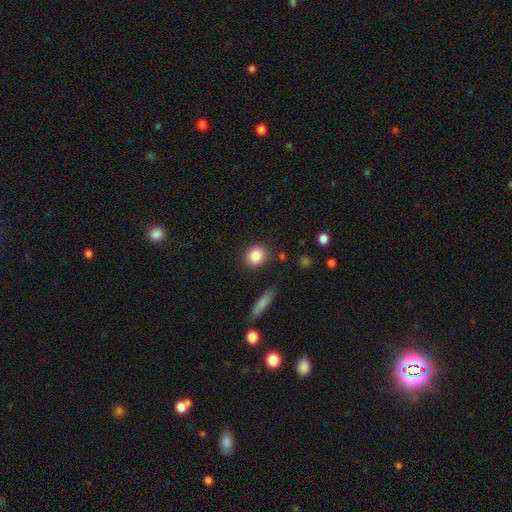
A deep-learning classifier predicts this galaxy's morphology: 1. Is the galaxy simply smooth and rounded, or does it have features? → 85% smooth, 9% star or artifact, 6% featured or disk.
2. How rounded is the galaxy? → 78% round, 20% in between, 2% cigar-shaped.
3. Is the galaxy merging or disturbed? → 85% none, 9% minor disturbance, 3% merger, 3% major disturbance.